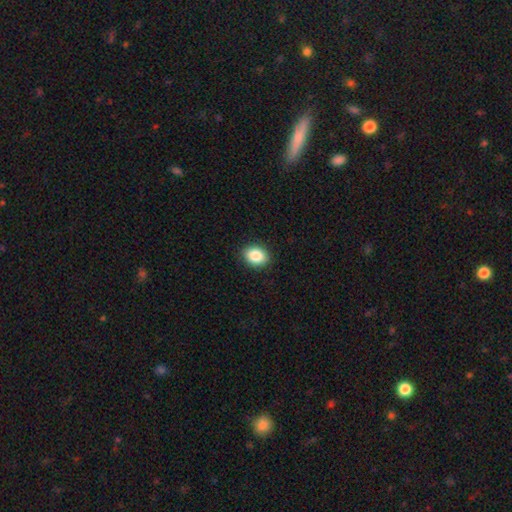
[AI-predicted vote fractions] Smooth or featured: smooth — 86% (star or artifact — 8%)
How rounded: in between — 63% (round — 36%)
Merging: none — 90% (minor disturbance — 8%)